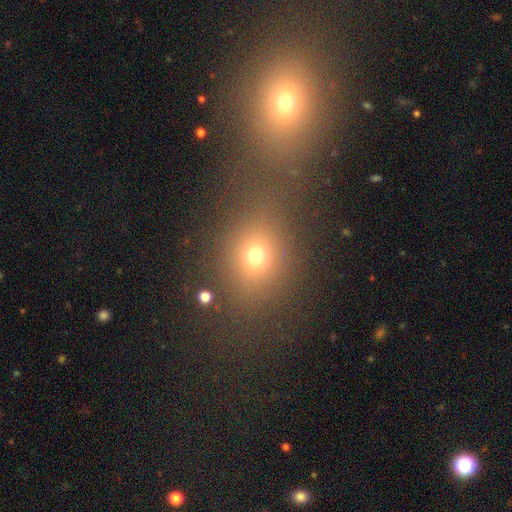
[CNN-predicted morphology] A smooth galaxy with no disk features (69%) that is round (61%).

Vote fractions:
- Smooth or featured? smooth: 69% / star or artifact: 20% / featured or disk: 11%
- How rounded? round: 61% / in between: 37% / cigar-shaped: 2%
- Merging? none: 64% / merger: 14% / minor disturbance: 12% / major disturbance: 10%